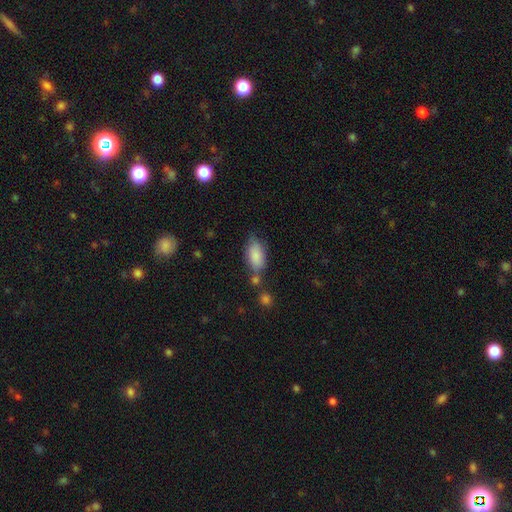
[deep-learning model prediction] Morphology: type=smooth (85%); roundness=in between (90%); merging=none (56%).